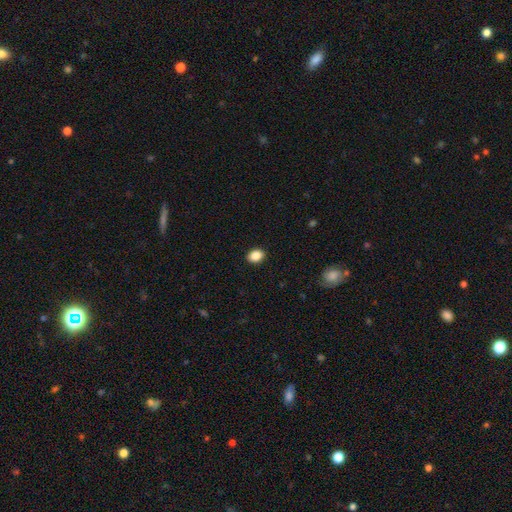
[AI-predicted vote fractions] The model was most divided on "how rounded": in between: 65%, round: 34%, cigar-shaped: 1%. More confident: merging — none (91%); smooth or featured — smooth (88%).